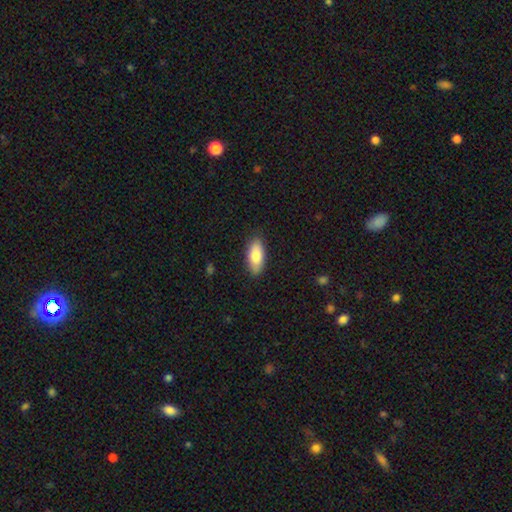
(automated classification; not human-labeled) Smooth or featured? Predicted: smooth (p=0.82). How rounded? Predicted: in between (p=0.84). Merging? Predicted: none (p=0.88).